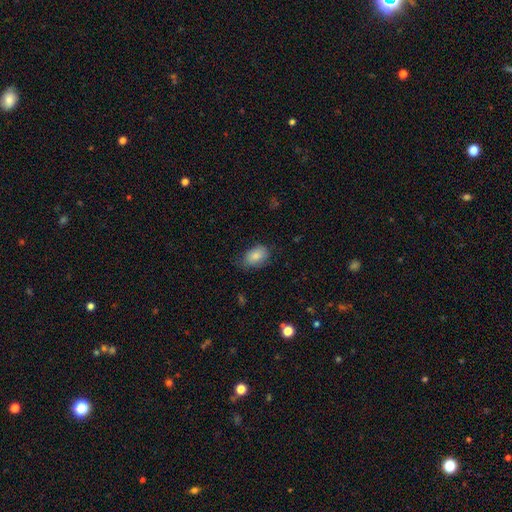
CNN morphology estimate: Smooth or featured? smooth (84%)
How rounded? in between (85%)
Merging? none (61%)